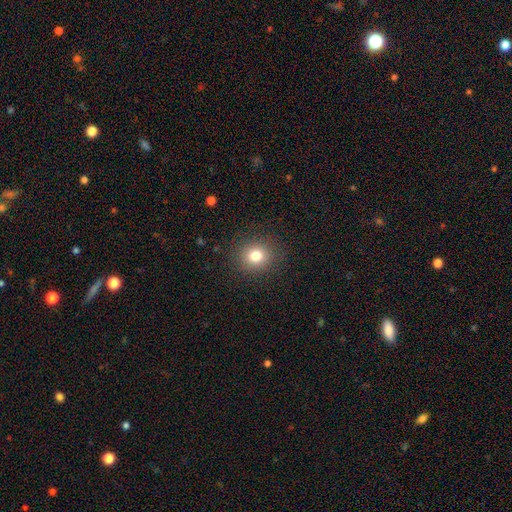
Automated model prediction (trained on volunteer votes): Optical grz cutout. It shows a smooth galaxy with no disk features (79%) that is round (81%). Merging: none (88%).